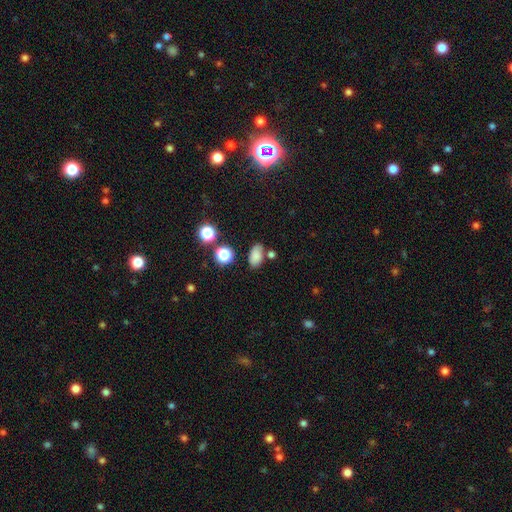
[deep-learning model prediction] smooth_or_featured: smooth (p=0.79) [alt: star or artifact p=0.14]
how_rounded: in between (p=0.87) [alt: round p=0.11]
merging: none (p=0.70) [alt: minor disturbance p=0.16]